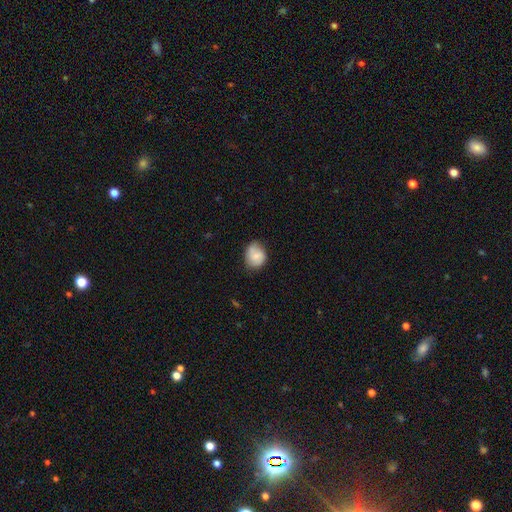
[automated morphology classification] smooth-or-featured: smooth: 70% | featured or disk: 22% | star or artifact: 8%
  how-rounded: round: 59% | in between: 40% | cigar-shaped: 1%
  merging: none: 61% | minor disturbance: 30% | major disturbance: 7% | merger: 2%